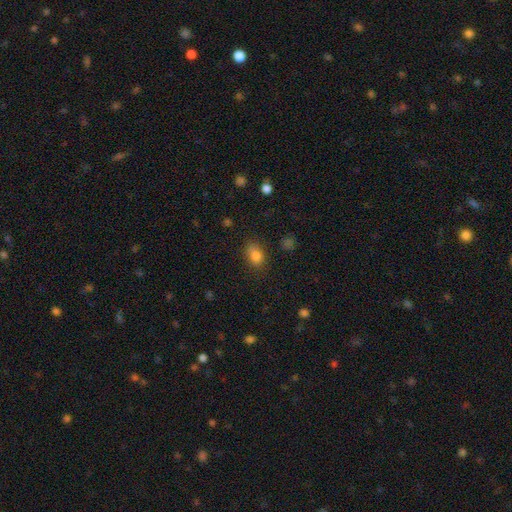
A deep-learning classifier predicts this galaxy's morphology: A smooth galaxy with no disk features (81%) that is in between round and cigar-shaped (67%). Merging: none (75%).